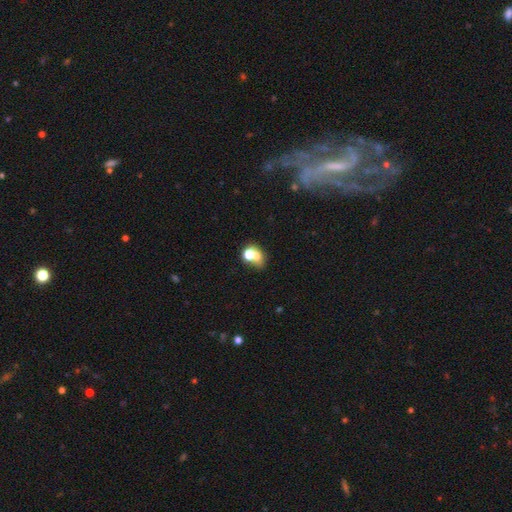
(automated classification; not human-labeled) A smooth galaxy with no disk features (62%) that is round (56%). Merging: merger (50%).